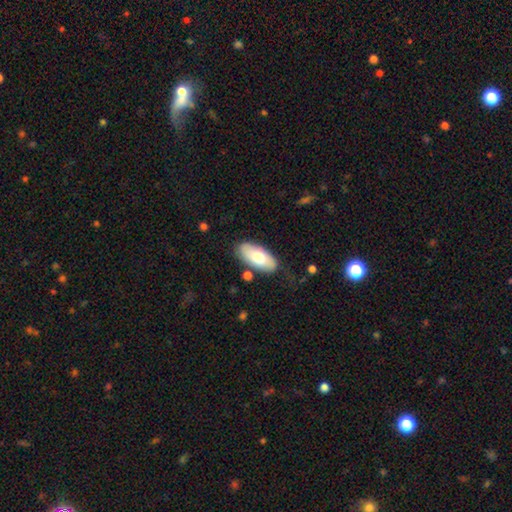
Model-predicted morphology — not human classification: Smooth or featured? Predicted: smooth (p=0.74). How rounded? Predicted: in between (p=0.90). Merging? Predicted: none (p=0.77).